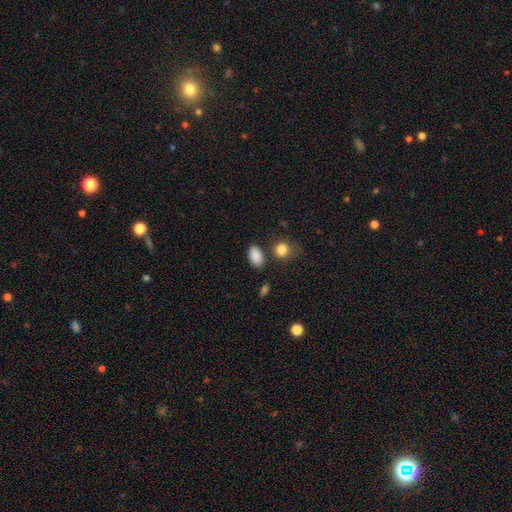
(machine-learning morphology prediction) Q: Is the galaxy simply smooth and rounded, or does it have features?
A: smooth — 88%.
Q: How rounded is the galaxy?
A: in between — 89%.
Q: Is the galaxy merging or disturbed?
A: none — 75%.